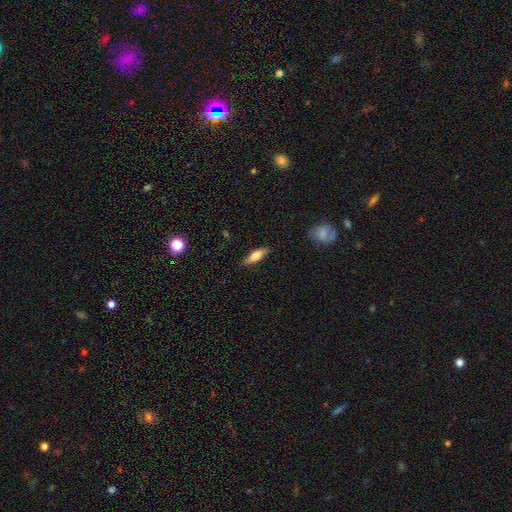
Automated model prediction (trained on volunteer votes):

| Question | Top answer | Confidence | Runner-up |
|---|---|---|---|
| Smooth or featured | smooth | 59% | featured or disk (34%) |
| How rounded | cigar-shaped | 56% | in between (42%) |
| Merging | none | 85% | minor disturbance (11%) |